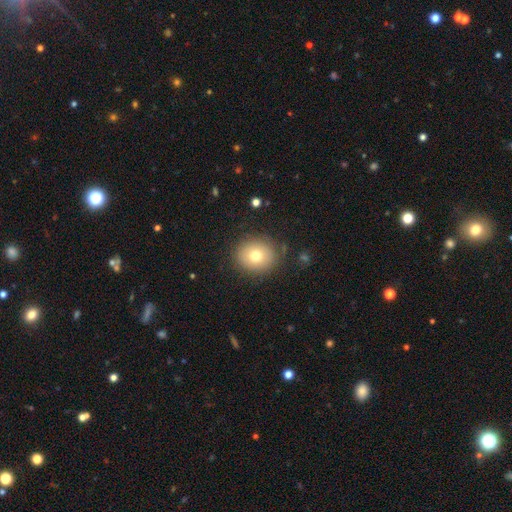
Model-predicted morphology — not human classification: The model was most divided on "smooth or featured": smooth: 74%, featured or disk: 15%, star or artifact: 11%. More confident: merging — none (85%); how rounded — round (79%).